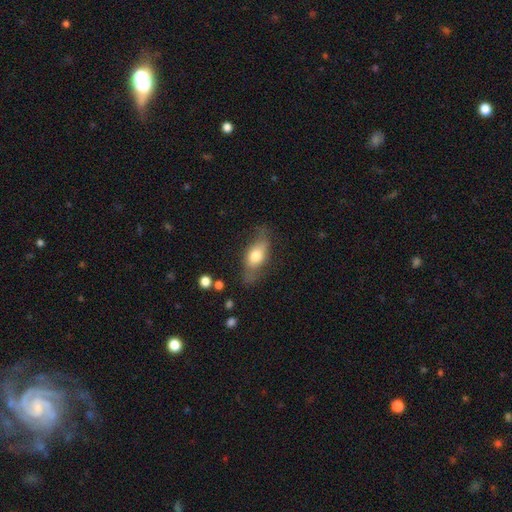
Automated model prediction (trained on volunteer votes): A smooth galaxy with no disk features (62%) that is in between round and cigar-shaped (80%).

Vote fractions:
- Smooth or featured? smooth: 62% / featured or disk: 31% / star or artifact: 7%
- How rounded? in between: 80% / cigar-shaped: 12% / round: 8%
- Merging? none: 62% / minor disturbance: 25% / major disturbance: 11% / merger: 2%